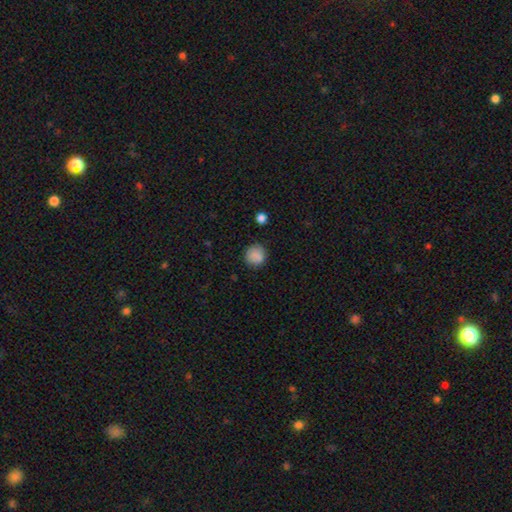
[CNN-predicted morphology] This is clearly a smooth galaxy (86%). How rounded: clearly round (90%). Merging: clearly none (84%).